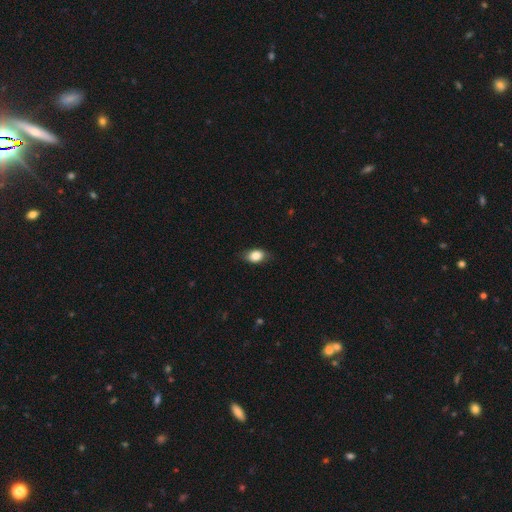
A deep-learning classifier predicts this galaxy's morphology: This is clearly a smooth galaxy (85%). How rounded: clearly in between (82%). Merging: clearly none (81%).